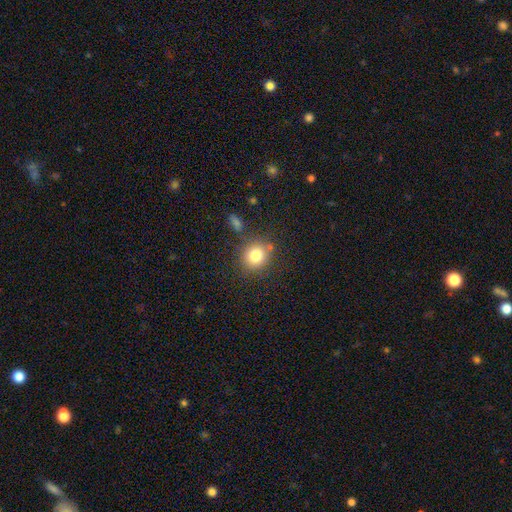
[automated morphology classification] smooth-or-featured: smooth: 80% | star or artifact: 11% | featured or disk: 9%
  how-rounded: round: 85% | in between: 14% | cigar-shaped: 1%
  merging: none: 77% | minor disturbance: 11% | merger: 8% | major disturbance: 4%